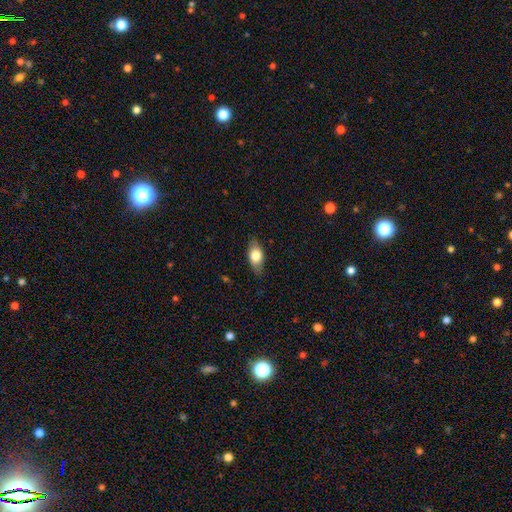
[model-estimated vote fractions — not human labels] Smooth or featured?
  - smooth: 71% *
  - featured or disk: 22%
  - star or artifact: 7%
How rounded?
  - in between: 86% *
  - cigar-shaped: 8%
  - round: 7%
Merging?
  - none: 82% *
  - minor disturbance: 14%
  - major disturbance: 3%
  - merger: 1%